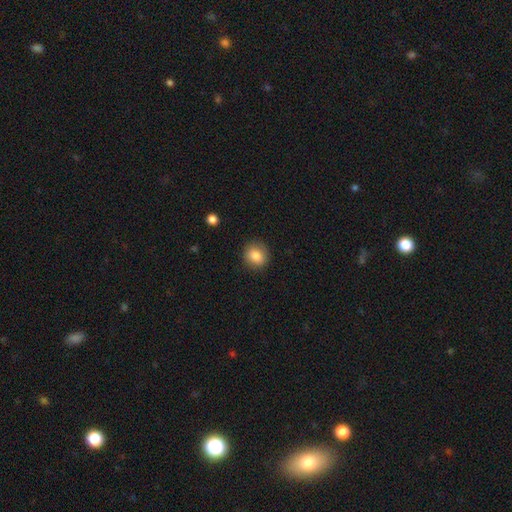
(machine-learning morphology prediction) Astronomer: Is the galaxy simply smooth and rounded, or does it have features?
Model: smooth — 85%.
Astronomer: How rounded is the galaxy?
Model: round — 79%.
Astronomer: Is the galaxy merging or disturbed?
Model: none — 88%.